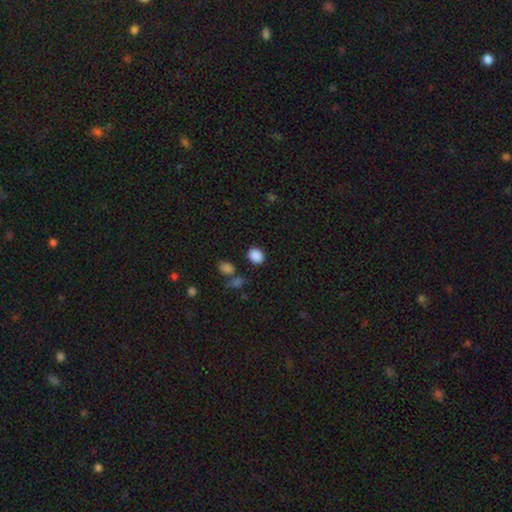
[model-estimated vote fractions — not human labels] Q: Smooth or featured?
A: smooth (87%); runner-up: star or artifact (10%)
Q: How rounded?
A: round (55%); runner-up: in between (44%)
Q: Merging?
A: none (83%); runner-up: minor disturbance (9%)